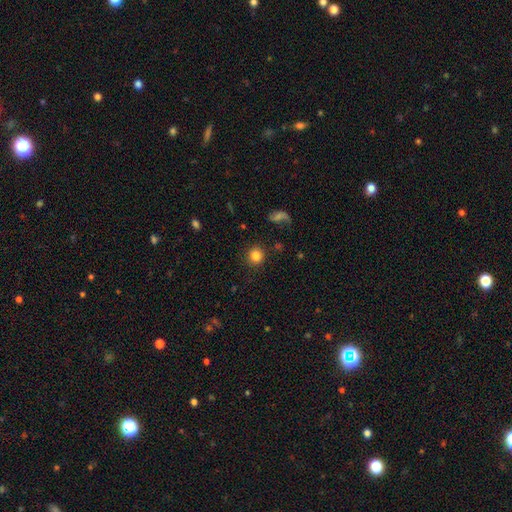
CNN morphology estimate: The model was most divided on "smooth or featured": smooth: 83%, star or artifact: 10%, featured or disk: 7%. More confident: how rounded — round (93%); merging — none (88%).